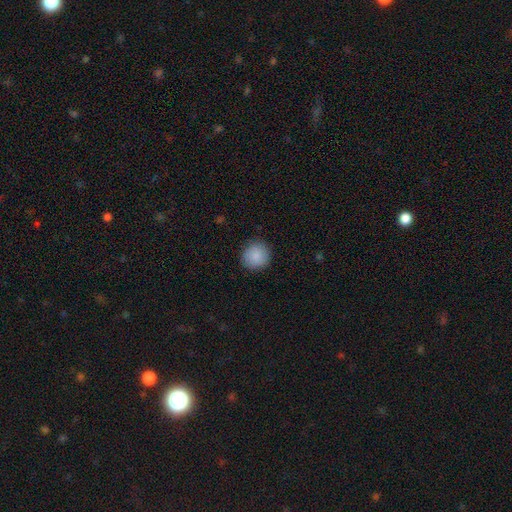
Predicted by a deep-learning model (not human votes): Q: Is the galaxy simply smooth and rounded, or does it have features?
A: smooth — 89%.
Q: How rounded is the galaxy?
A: round — 90%.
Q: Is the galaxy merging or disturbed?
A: none — 89%.